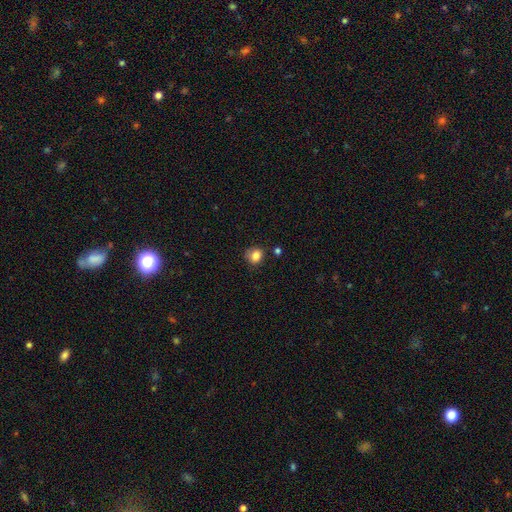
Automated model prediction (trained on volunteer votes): This is clearly a smooth galaxy (83%). How rounded: likely round (73%). Merging: likely none (69%).